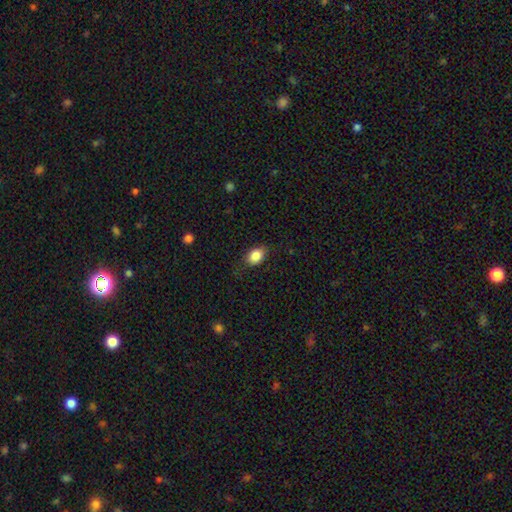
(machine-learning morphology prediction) A smooth galaxy with no disk features (85%) that is in between round and cigar-shaped (75%). Merging: none (78%).